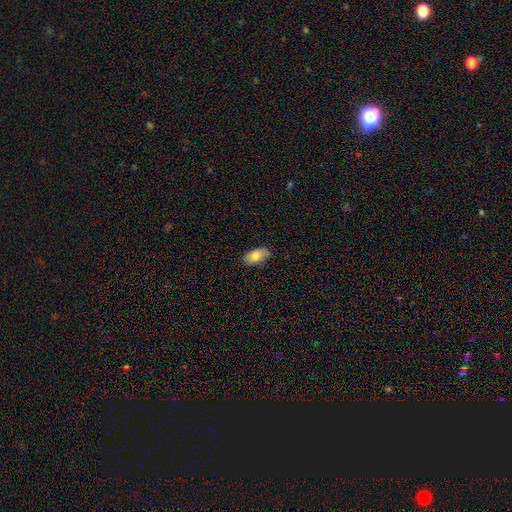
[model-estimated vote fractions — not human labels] Overall: smooth (79%). How rounded: in between (92%). Merging: none (80%).